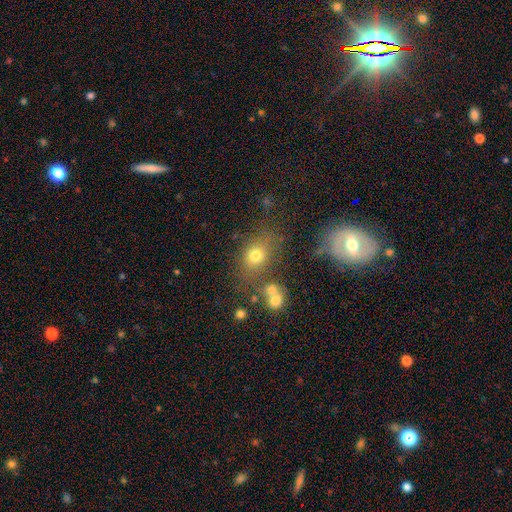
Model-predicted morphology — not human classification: This appears to be a smooth galaxy with no disk features (71%) that is in between round and cigar-shaped (55%). Merging: none (66%).